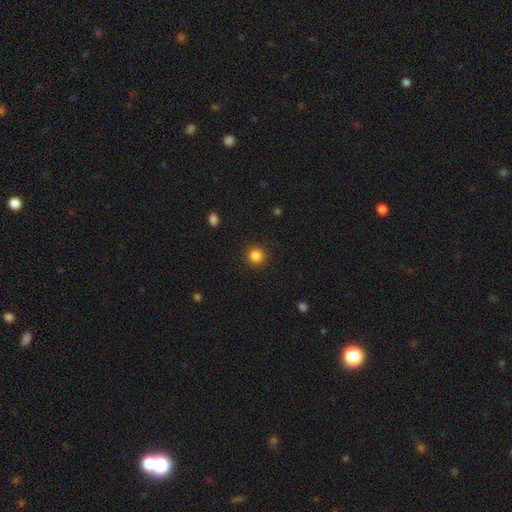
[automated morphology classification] smooth 85%, star or artifact 11%, featured or disk 4%. Down the decision tree: how rounded — round (94%); merging — none (92%).